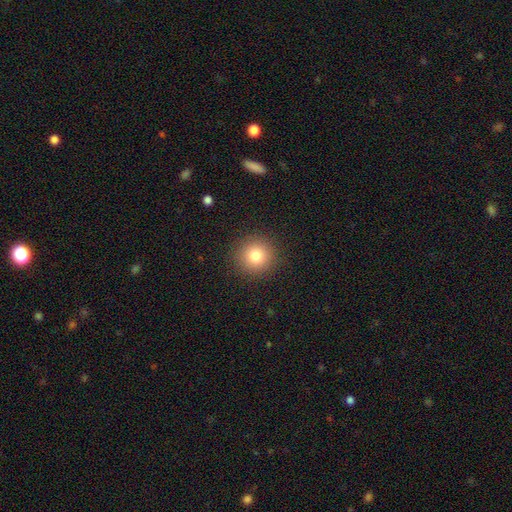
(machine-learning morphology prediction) smooth 81%, star or artifact 12%, featured or disk 7%. Down the decision tree: how rounded — round (94%); merging — none (91%).